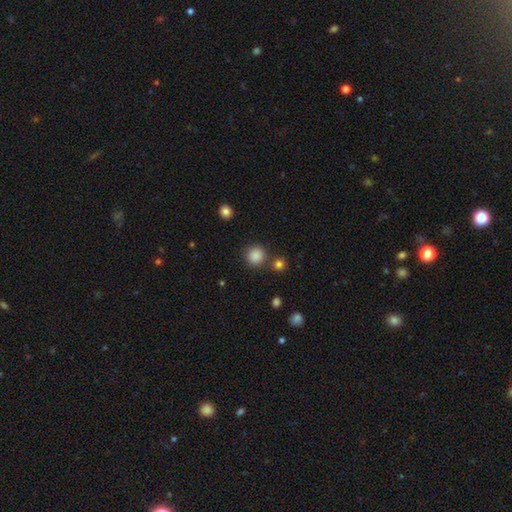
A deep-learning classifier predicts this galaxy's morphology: Smooth or featured?
  - smooth: 87% *
  - star or artifact: 10%
  - featured or disk: 3%
How rounded?
  - round: 93% *
  - in between: 6%
  - cigar-shaped: 1%
Merging?
  - none: 83% *
  - minor disturbance: 8%
  - merger: 7%
  - major disturbance: 3%